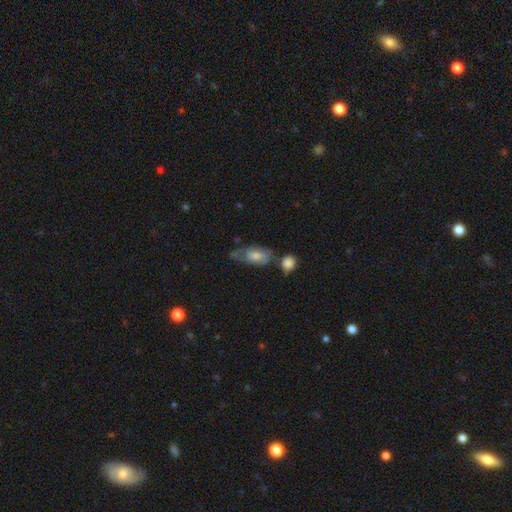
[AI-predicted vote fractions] Smooth or featured?
  - smooth: 49% *
  - featured or disk: 42%
  - star or artifact: 8%
Merging?
  - none: 38% *
  - minor disturbance: 27%
  - merger: 20%
  - major disturbance: 15%